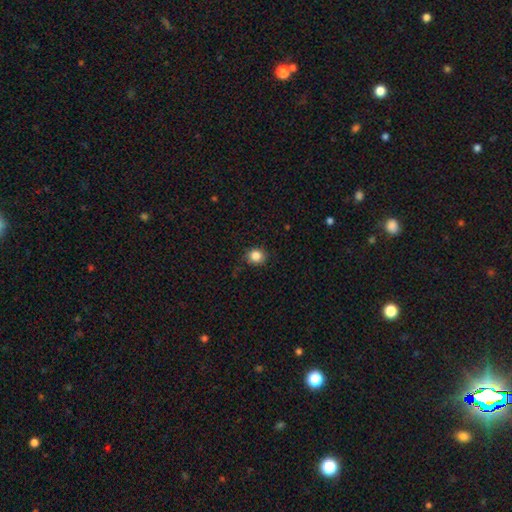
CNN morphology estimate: Overall: smooth (84%). How rounded: round (83%). Merging: none (81%).